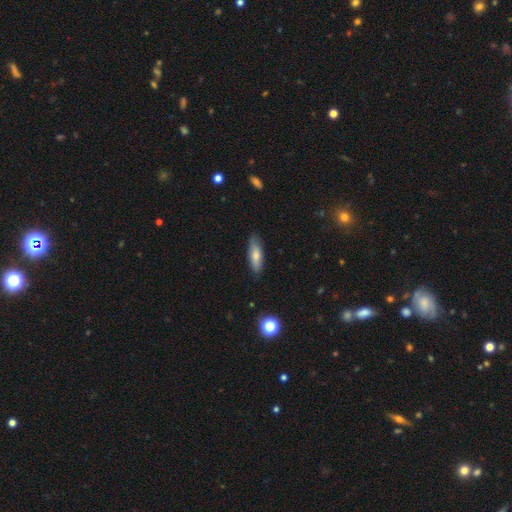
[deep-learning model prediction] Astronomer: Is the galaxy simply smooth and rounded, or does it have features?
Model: smooth — 73%.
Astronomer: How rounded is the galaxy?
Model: in between — 51% (runner-up: cigar-shaped, 46%).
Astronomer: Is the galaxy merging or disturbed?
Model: none — 82%.